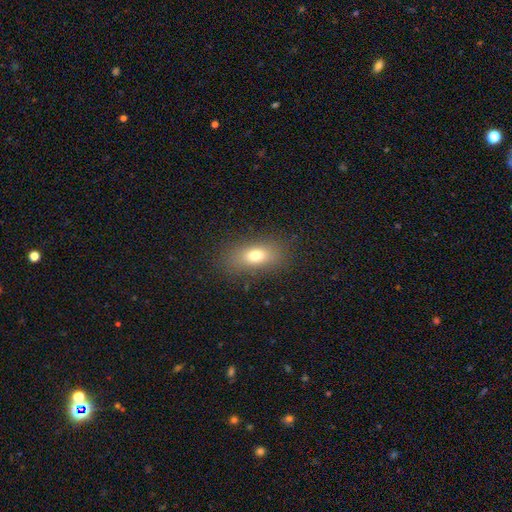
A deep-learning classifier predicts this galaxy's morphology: A smooth galaxy with no disk features (74%) that is in between round and cigar-shaped (79%).

Vote fractions:
- Smooth or featured? smooth: 74% / featured or disk: 14% / star or artifact: 12%
- How rounded? in between: 79% / round: 12% / cigar-shaped: 8%
- Merging? none: 84% / minor disturbance: 10% / major disturbance: 5% / merger: 1%